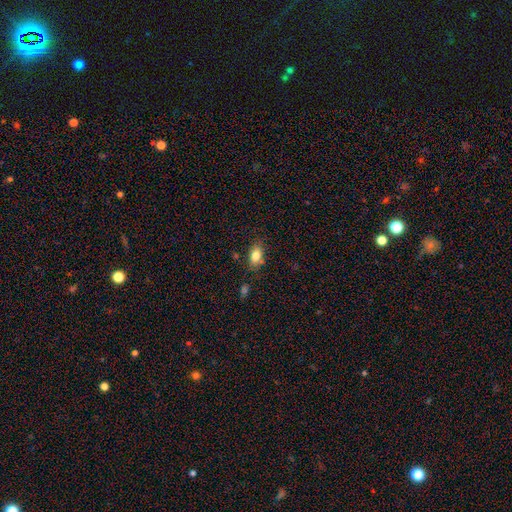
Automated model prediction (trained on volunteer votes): Q: Smooth or featured?
A: smooth (81%); runner-up: featured or disk (10%)
Q: How rounded?
A: in between (87%); runner-up: round (9%)
Q: Merging?
A: none (76%); runner-up: minor disturbance (16%)